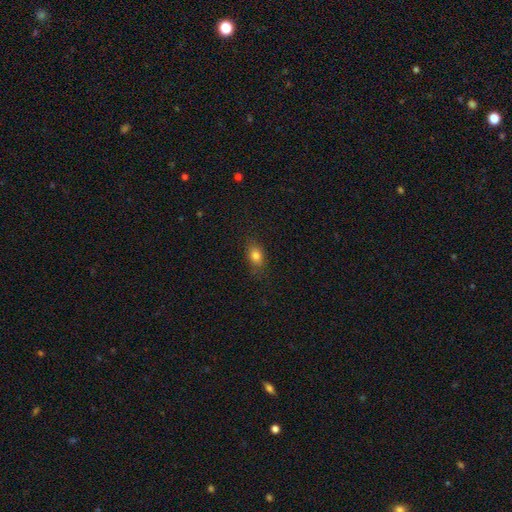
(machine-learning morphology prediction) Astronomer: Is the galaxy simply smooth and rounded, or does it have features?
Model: smooth — 81%.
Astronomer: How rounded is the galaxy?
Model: in between — 73%.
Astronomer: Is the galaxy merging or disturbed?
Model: none — 82%.